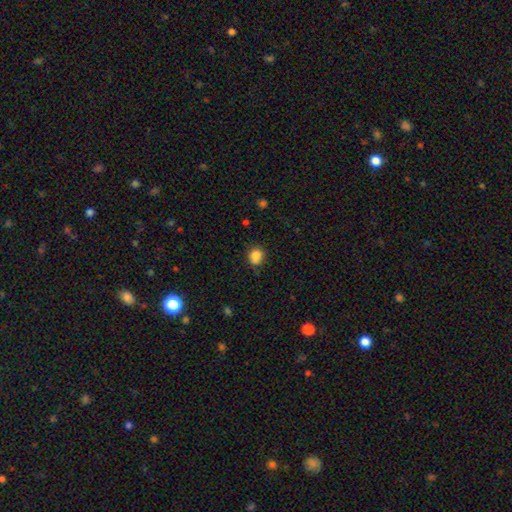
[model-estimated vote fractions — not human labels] Overall: smooth (84%). How rounded: round (70%). Merging: none (67%).